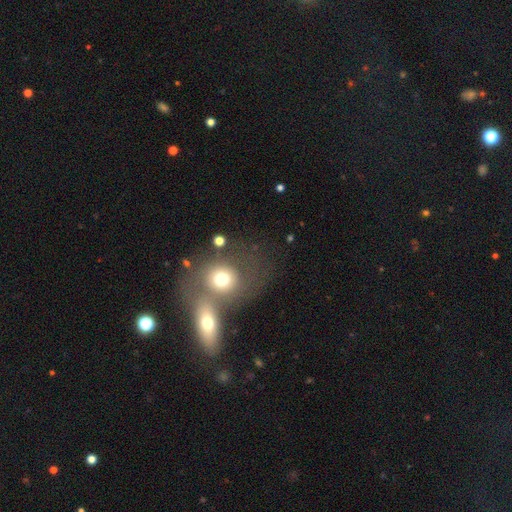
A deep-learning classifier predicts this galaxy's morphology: Q: Smooth or featured?
A: smooth (51%); runner-up: featured or disk (32%)
Q: How rounded?
A: round (49%); runner-up: in between (48%)
Q: Merging?
A: merger (68%); runner-up: none (20%)